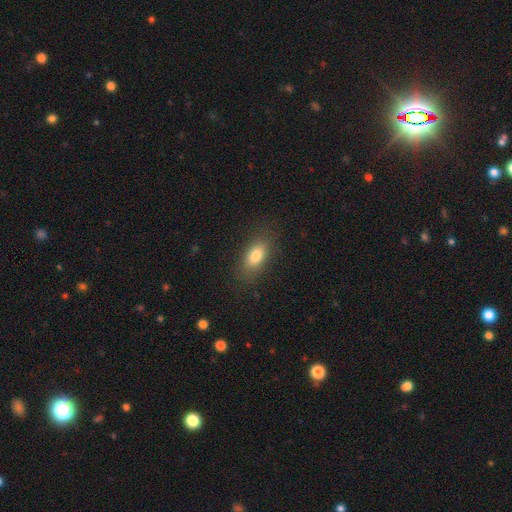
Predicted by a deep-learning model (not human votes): A smooth galaxy with no disk features (81%) that is in between round and cigar-shaped (86%).

Vote fractions:
- Smooth or featured? smooth: 81% / featured or disk: 11% / star or artifact: 8%
- How rounded? in between: 86% / cigar-shaped: 8% / round: 6%
- Merging? none: 82% / minor disturbance: 12% / major disturbance: 4% / merger: 1%